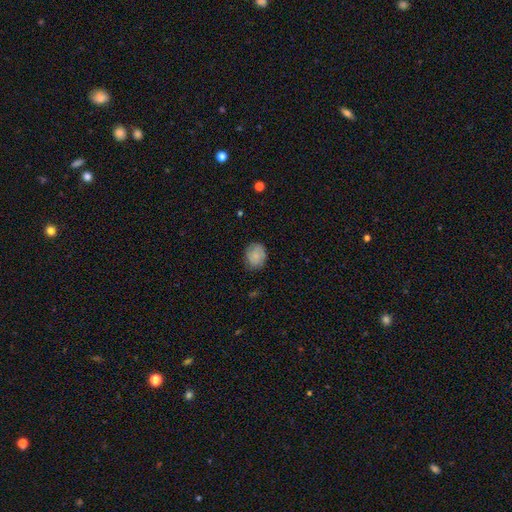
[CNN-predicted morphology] A smooth galaxy with no disk features (77%) that is round (56%).

Vote fractions:
- Smooth or featured? smooth: 77% / featured or disk: 15% / star or artifact: 8%
- How rounded? round: 56% / in between: 43% / cigar-shaped: 1%
- Merging? none: 75% / minor disturbance: 20% / major disturbance: 4% / merger: 1%